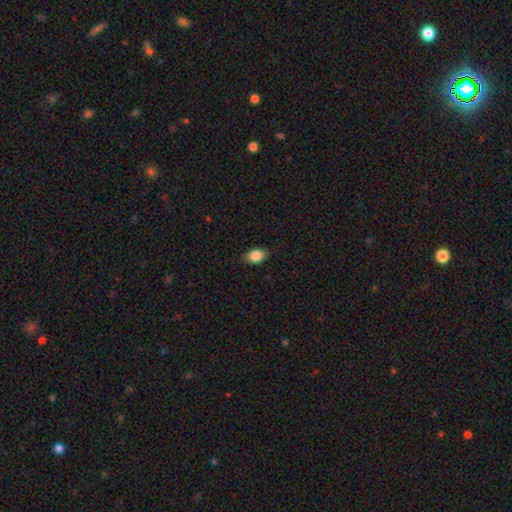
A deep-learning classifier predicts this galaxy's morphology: The model was most divided on "how rounded": in between: 78%, round: 21%, cigar-shaped: 2%. More confident: smooth or featured — smooth (86%); merging — none (84%).